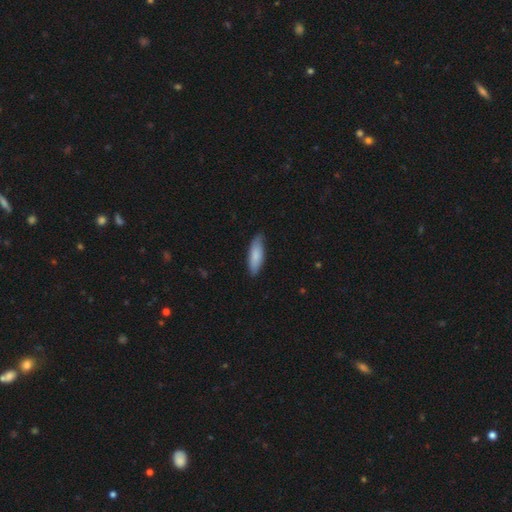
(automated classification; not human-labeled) Q: Smooth or featured?
A: smooth (84%); runner-up: featured or disk (11%)
Q: How rounded?
A: in between (54%); runner-up: cigar-shaped (44%)
Q: Merging?
A: none (80%); runner-up: minor disturbance (17%)